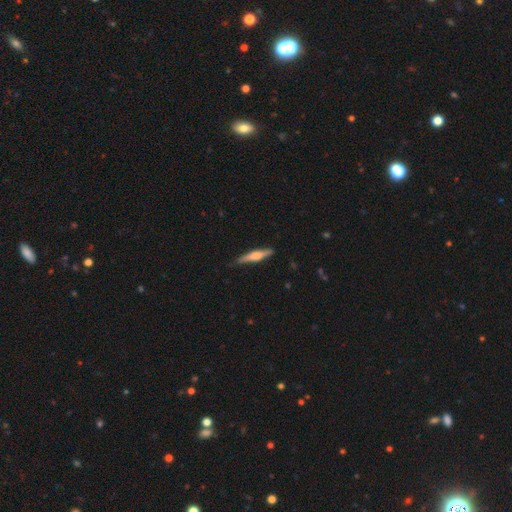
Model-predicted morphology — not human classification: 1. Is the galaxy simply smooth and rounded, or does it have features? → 50% featured or disk, 44% smooth, 5% star or artifact.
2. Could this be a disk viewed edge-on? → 96% yes, 4% no.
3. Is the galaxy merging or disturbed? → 83% none, 14% minor disturbance, 2% major disturbance, 1% merger.